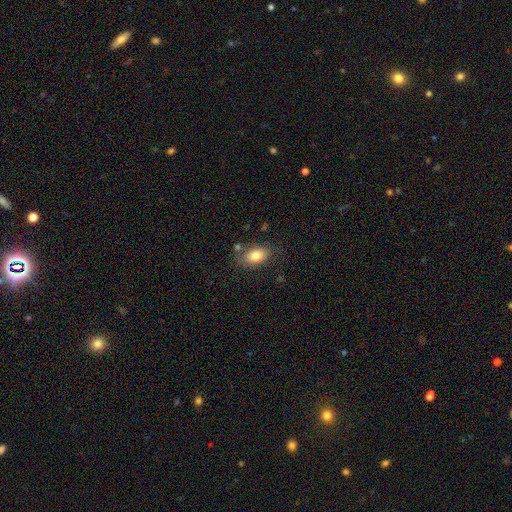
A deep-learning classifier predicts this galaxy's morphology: A smooth galaxy with no disk features (80%) that is in between round and cigar-shaped (84%).

Vote fractions:
- Smooth or featured? smooth: 80% / featured or disk: 12% / star or artifact: 8%
- How rounded? in between: 84% / round: 14% / cigar-shaped: 1%
- Merging? none: 73% / minor disturbance: 16% / merger: 6% / major disturbance: 5%